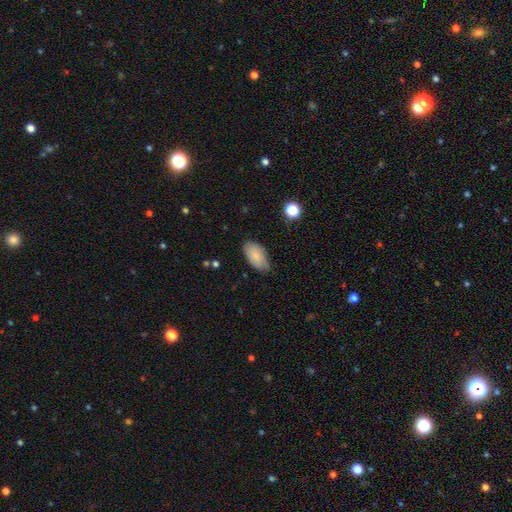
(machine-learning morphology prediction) A smooth galaxy with no disk features (84%) that is in between round and cigar-shaped (94%). Merging: none (73%).